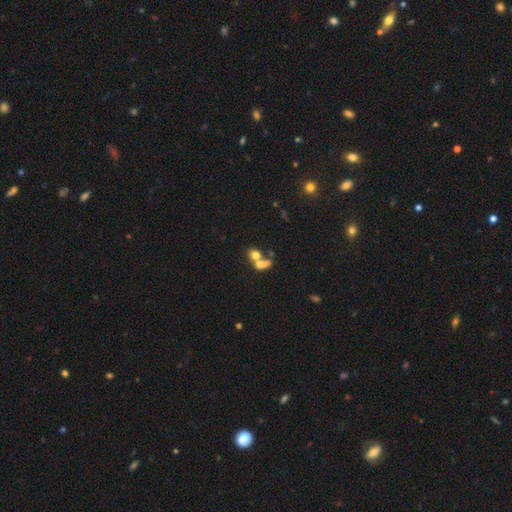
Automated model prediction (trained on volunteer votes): This is likely a smooth galaxy (71%). How rounded: possibly in between (51%). Merging: likely merger (60%).